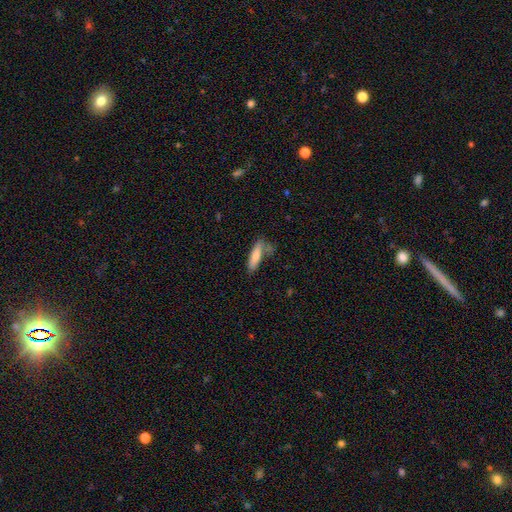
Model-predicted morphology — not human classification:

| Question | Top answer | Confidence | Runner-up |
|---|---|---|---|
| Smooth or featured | smooth | 78% | featured or disk (16%) |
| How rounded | cigar-shaped | 65% | in between (33%) |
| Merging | none | 62% | minor disturbance (22%) |